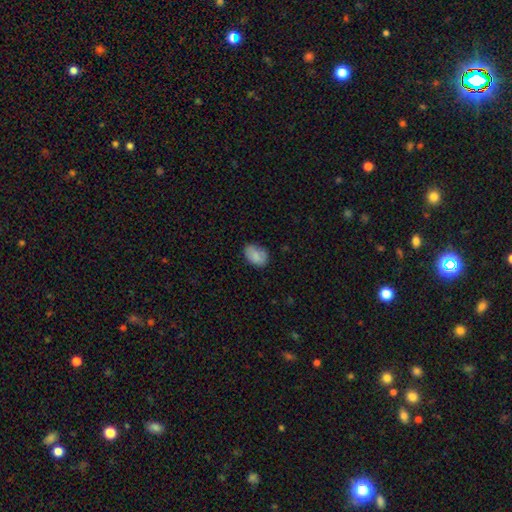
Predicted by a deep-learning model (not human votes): The model was most divided on "merging": none: 70%, minor disturbance: 23%, major disturbance: 4%, merger: 2%. More confident: how rounded — in between (86%); smooth or featured — smooth (84%).